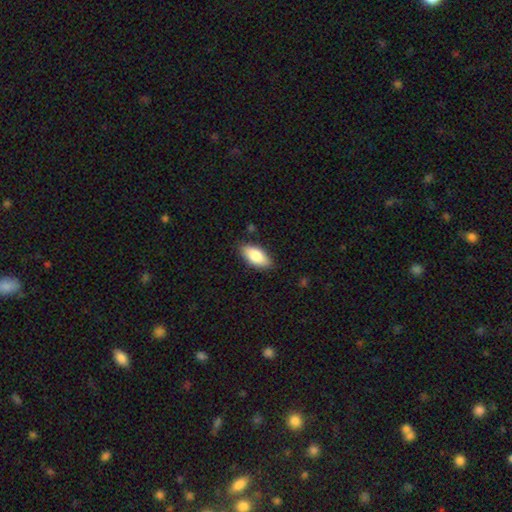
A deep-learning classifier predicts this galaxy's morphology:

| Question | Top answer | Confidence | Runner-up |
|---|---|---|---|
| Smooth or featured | smooth | 83% | featured or disk (11%) |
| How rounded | in between | 90% | cigar-shaped (7%) |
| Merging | none | 84% | minor disturbance (12%) |